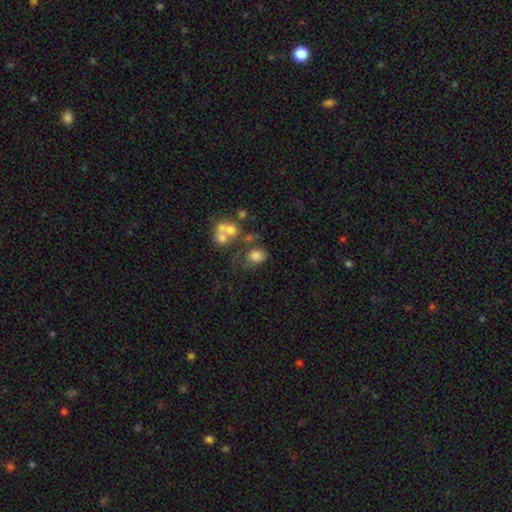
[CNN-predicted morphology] Q: Smooth or featured?
A: smooth (71%); runner-up: featured or disk (16%)
Q: How rounded?
A: in between (52%); runner-up: round (47%)
Q: Merging?
A: none (44%); runner-up: merger (27%)